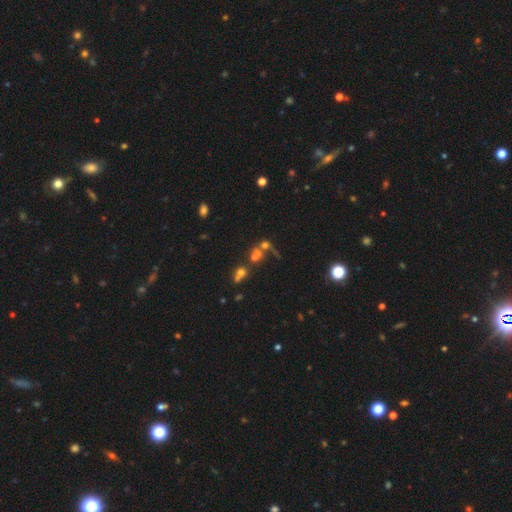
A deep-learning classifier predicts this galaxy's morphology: Smooth or featured? Predicted: smooth (p=0.47). Merging? Predicted: merger (p=0.48).